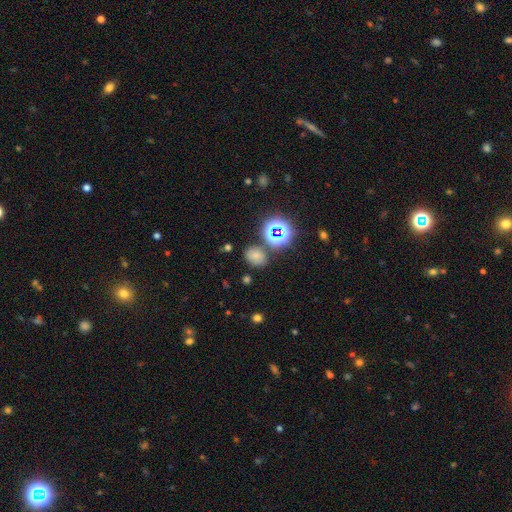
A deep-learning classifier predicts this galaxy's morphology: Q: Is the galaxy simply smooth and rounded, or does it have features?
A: smooth — 62%.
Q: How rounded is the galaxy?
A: in between — 55%.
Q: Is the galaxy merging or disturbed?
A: none — 75%.